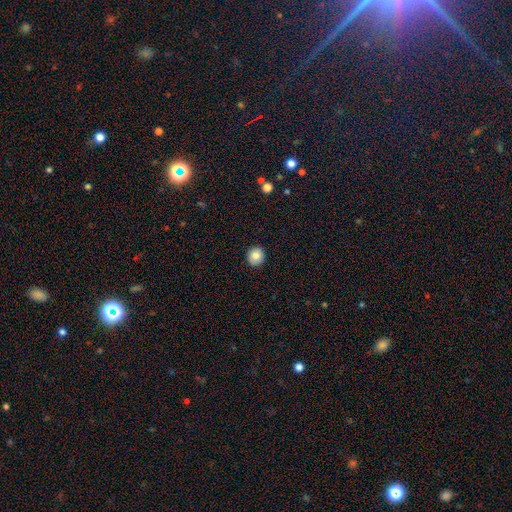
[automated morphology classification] A smooth galaxy with no disk features (83%) that is round (85%).

Vote fractions:
- Smooth or featured? smooth: 83% / star or artifact: 9% / featured or disk: 8%
- How rounded? round: 85% / in between: 14% / cigar-shaped: 1%
- Merging? none: 92% / minor disturbance: 6% / major disturbance: 2% / merger: 1%